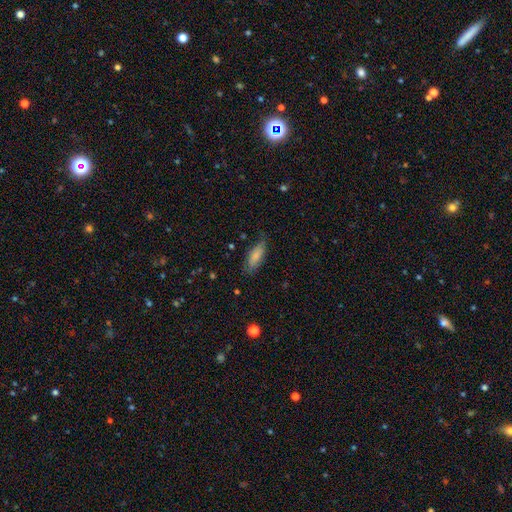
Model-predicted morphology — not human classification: Smooth or featured? Predicted: smooth (p=0.82). How rounded? Predicted: in between (p=0.69). Merging? Predicted: none (p=0.72).